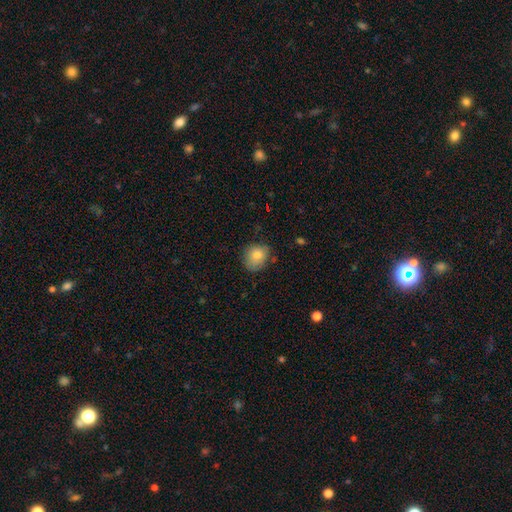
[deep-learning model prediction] Overall: smooth (82%). How rounded: round (64%; in between 35%). Merging: none (69%).